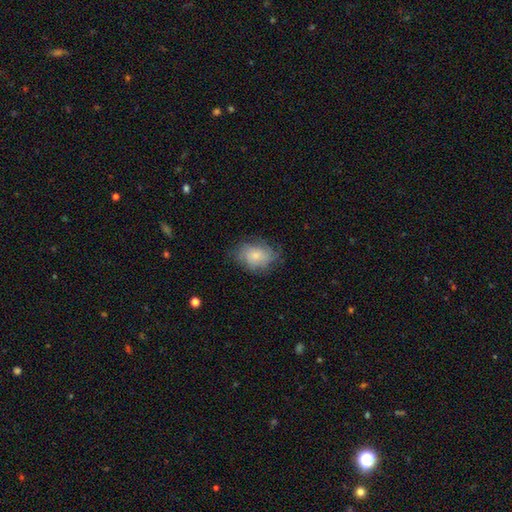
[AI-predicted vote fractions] Smooth or featured: smooth — 57% (featured or disk — 34%)
How rounded: in between — 67% (round — 32%)
Merging: none — 65% (minor disturbance — 24%)